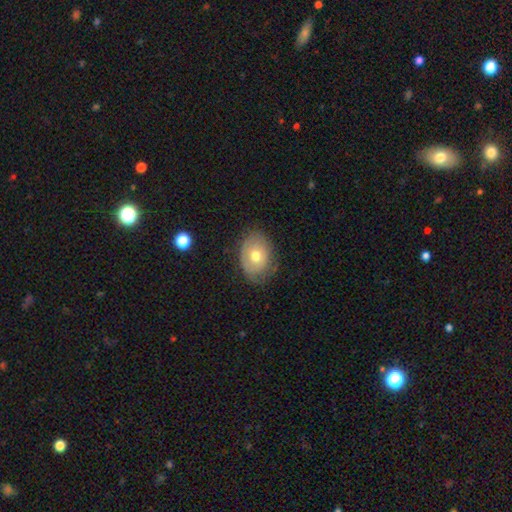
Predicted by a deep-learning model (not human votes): smooth_or_featured: smooth (p=0.61) [alt: featured or disk p=0.30]
how_rounded: in between (p=0.69) [alt: round p=0.30]
merging: none (p=0.70) [alt: minor disturbance p=0.23]